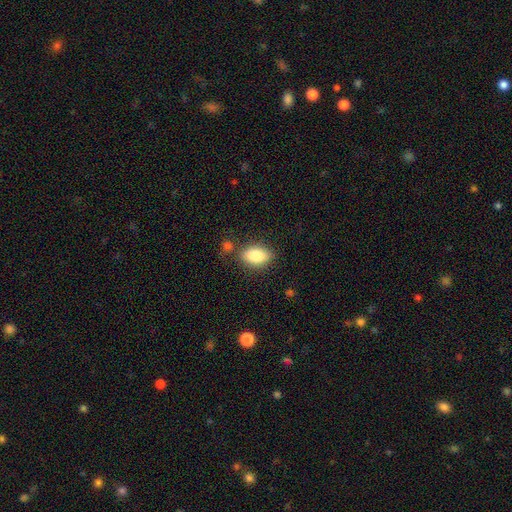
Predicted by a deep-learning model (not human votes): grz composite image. It shows a smooth galaxy with no disk features (84%) that is in between round and cigar-shaped (88%). Merging: none (75%).